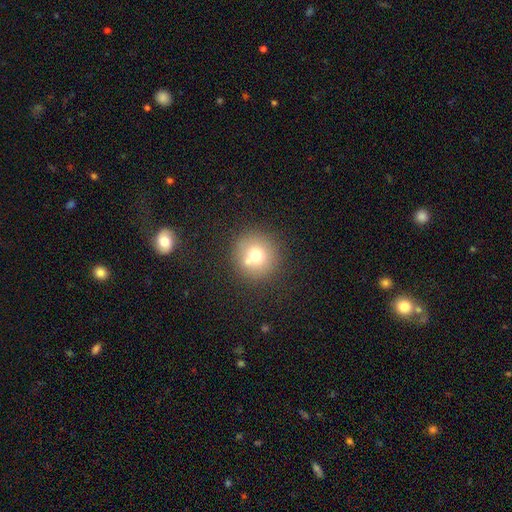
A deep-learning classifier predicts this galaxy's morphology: The model was most divided on "smooth or featured": smooth: 69%, featured or disk: 18%, star or artifact: 14%. More confident: how rounded — round (94%); merging — none (71%).